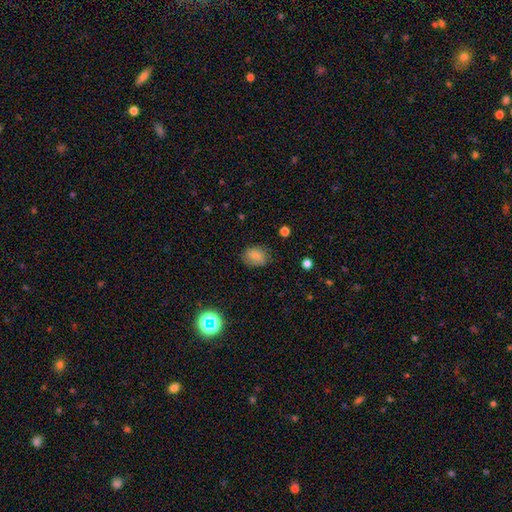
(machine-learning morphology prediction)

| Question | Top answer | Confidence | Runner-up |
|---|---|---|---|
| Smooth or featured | smooth | 81% | star or artifact (10%) |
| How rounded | in between | 64% | round (35%) |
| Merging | none | 73% | minor disturbance (20%) |